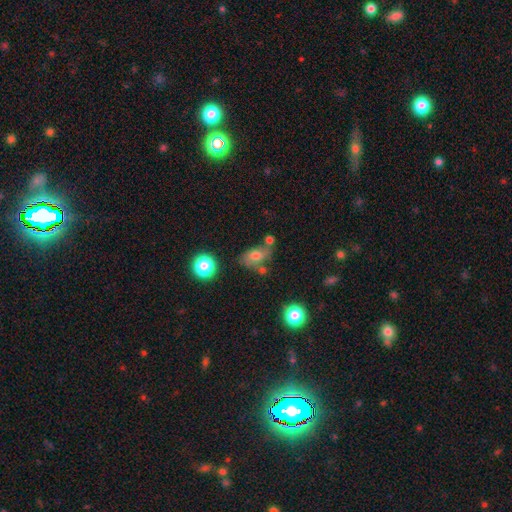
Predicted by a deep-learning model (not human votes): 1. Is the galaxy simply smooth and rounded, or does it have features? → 62% smooth, 24% featured or disk, 14% star or artifact.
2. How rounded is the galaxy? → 80% in between, 18% round, 3% cigar-shaped.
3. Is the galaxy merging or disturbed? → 47% none, 22% minor disturbance, 21% merger, 11% major disturbance.